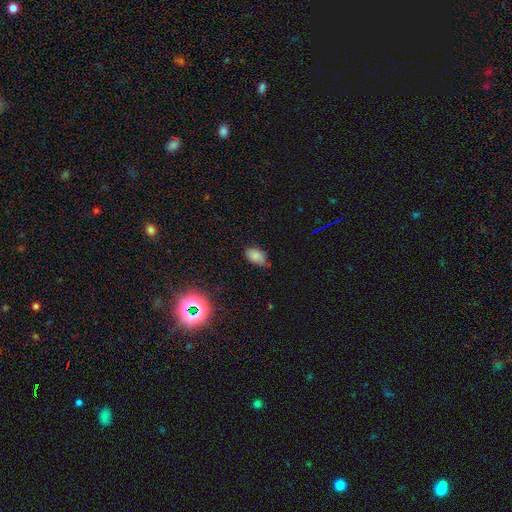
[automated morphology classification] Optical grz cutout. It shows a smooth galaxy with no disk features (81%) that is in between round and cigar-shaped (91%). Merging: none (65%).